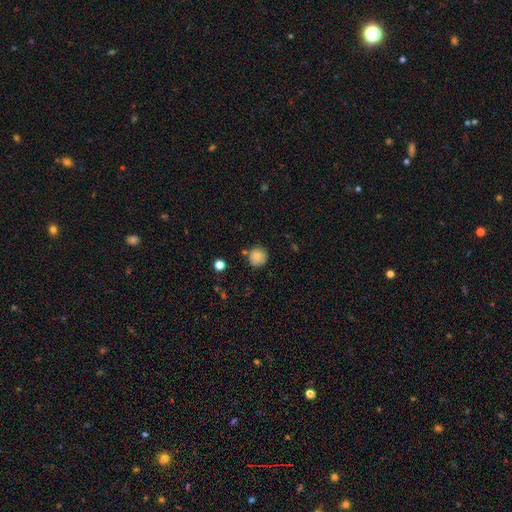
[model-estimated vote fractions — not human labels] Smooth or featured? smooth (83%)
How rounded? round (94%)
Merging? none (81%)